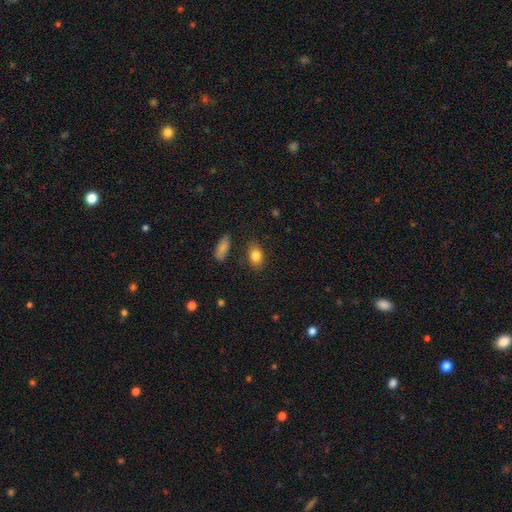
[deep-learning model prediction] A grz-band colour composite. It shows a smooth galaxy with no disk features (84%) that is in between round and cigar-shaped (78%). Merging: none (81%).